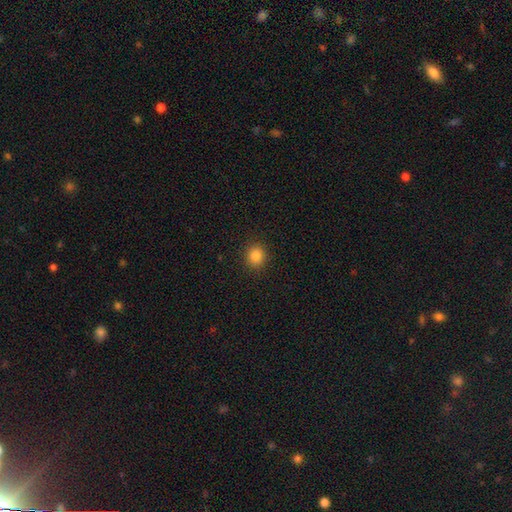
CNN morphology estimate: smooth-or-featured: smooth: 84% | star or artifact: 12% | featured or disk: 4%
  how-rounded: round: 84% | in between: 15% | cigar-shaped: 1%
  merging: none: 90% | minor disturbance: 6% | major disturbance: 2% | merger: 1%